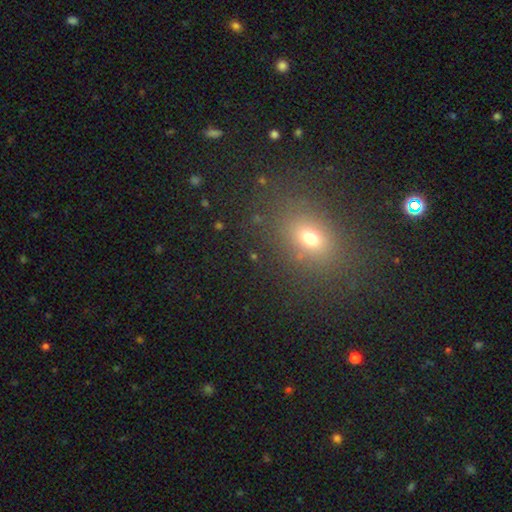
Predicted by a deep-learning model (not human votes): smooth 60%, star or artifact 29%, featured or disk 11%. Down the decision tree: how rounded — in between (60%); merging — none (85%).